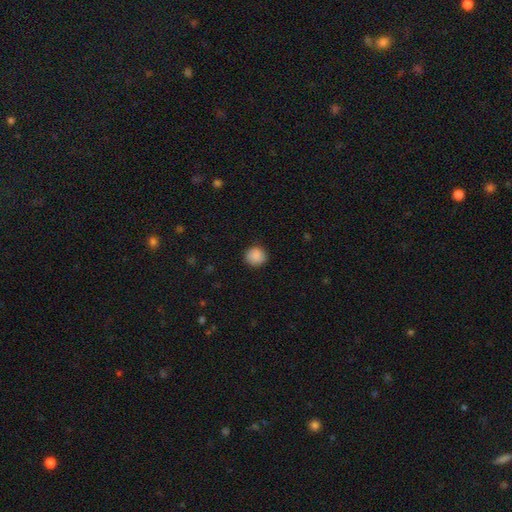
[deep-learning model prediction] Q: Smooth or featured?
A: smooth (89%); runner-up: star or artifact (8%)
Q: How rounded?
A: round (90%); runner-up: in between (9%)
Q: Merging?
A: none (89%); runner-up: minor disturbance (8%)